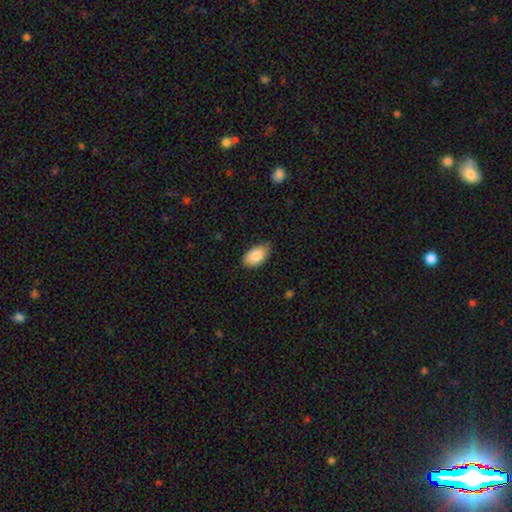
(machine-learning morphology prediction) Smooth or featured? Predicted: smooth (p=0.84). How rounded? Predicted: in between (p=0.93). Merging? Predicted: none (p=0.76).